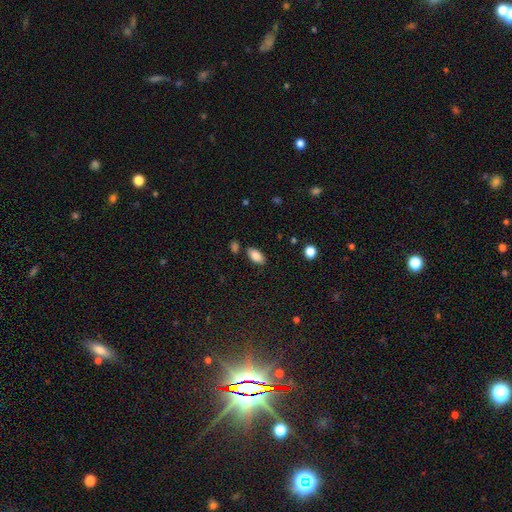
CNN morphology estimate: Smooth or featured? Predicted: smooth (p=0.85). How rounded? Predicted: in between (p=0.92). Merging? Predicted: none (p=0.81).